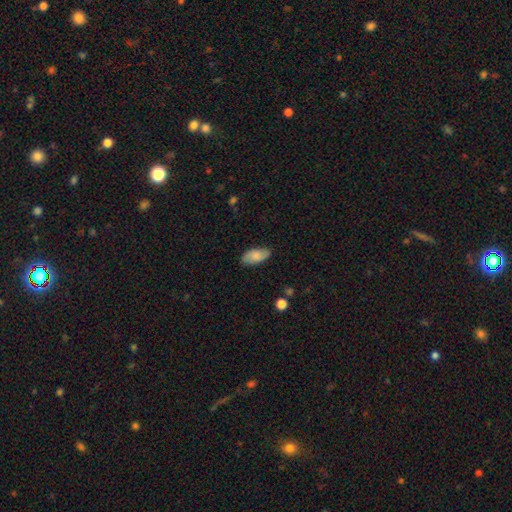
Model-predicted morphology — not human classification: Overall: smooth (83%). How rounded: in between (92%). Merging: none (83%).